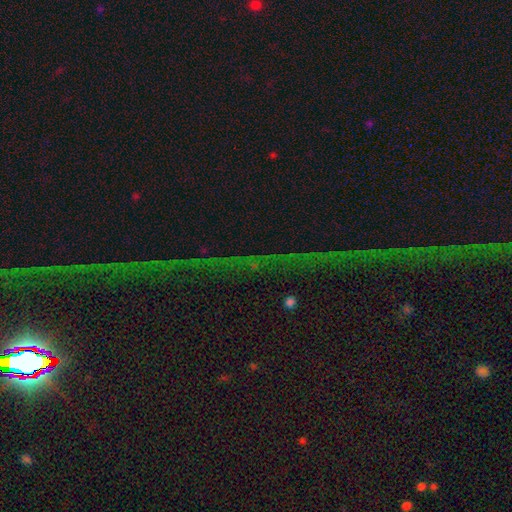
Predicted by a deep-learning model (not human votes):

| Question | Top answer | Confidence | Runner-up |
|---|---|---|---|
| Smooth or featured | star or artifact | 75% | featured or disk (14%) |